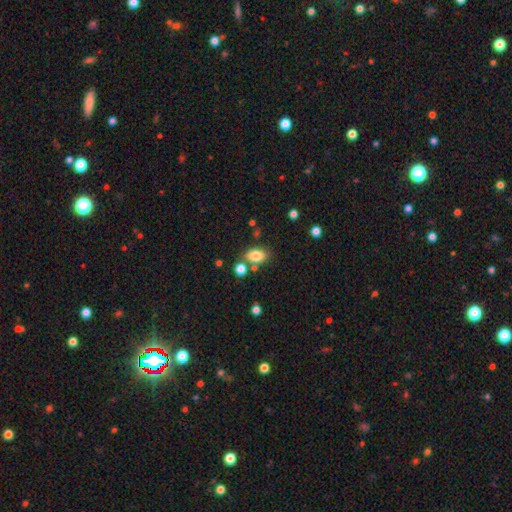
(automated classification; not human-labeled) A smooth galaxy with no disk features (83%) that is in between round and cigar-shaped (86%).

Vote fractions:
- Smooth or featured? smooth: 83% / star or artifact: 10% / featured or disk: 7%
- How rounded? in between: 86% / round: 11% / cigar-shaped: 2%
- Merging? none: 69% / merger: 15% / minor disturbance: 13% / major disturbance: 4%